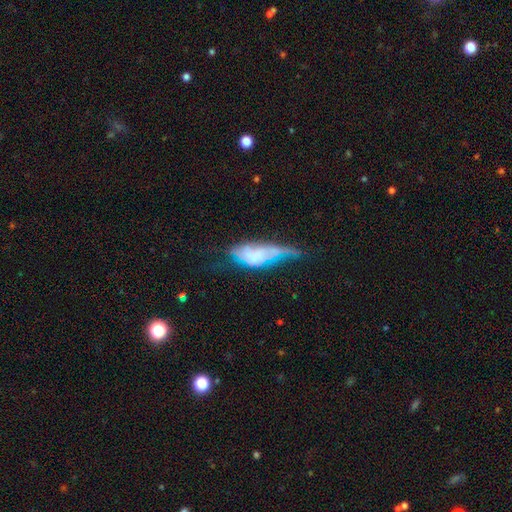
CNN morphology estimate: This is possibly a featured or disk galaxy (57%). It is likely not viewed edge-on (66%). Merging: marginally major disturbance (43%).